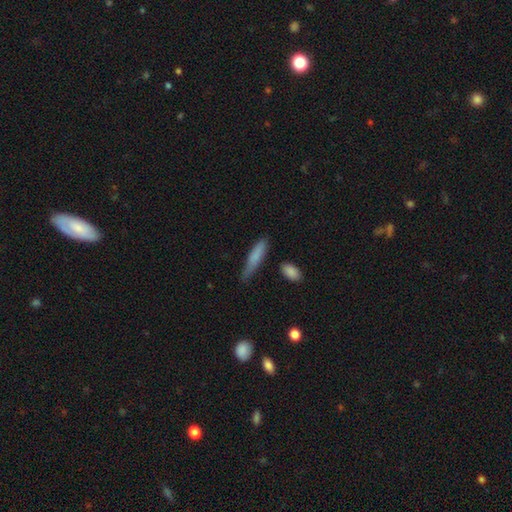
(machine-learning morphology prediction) Q: Smooth or featured?
A: smooth (77%); runner-up: featured or disk (16%)
Q: How rounded?
A: cigar-shaped (81%); runner-up: in between (17%)
Q: Merging?
A: none (60%); runner-up: minor disturbance (29%)